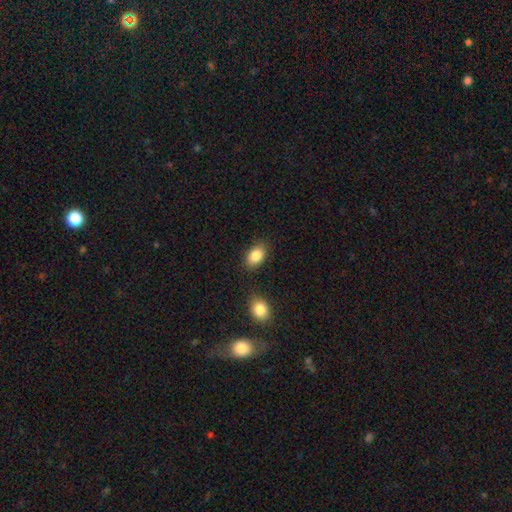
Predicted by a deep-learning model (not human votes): Smooth or featured?
  - smooth: 86% *
  - star or artifact: 8%
  - featured or disk: 6%
How rounded?
  - in between: 86% *
  - round: 12%
  - cigar-shaped: 1%
Merging?
  - none: 81% *
  - minor disturbance: 11%
  - merger: 5%
  - major disturbance: 3%